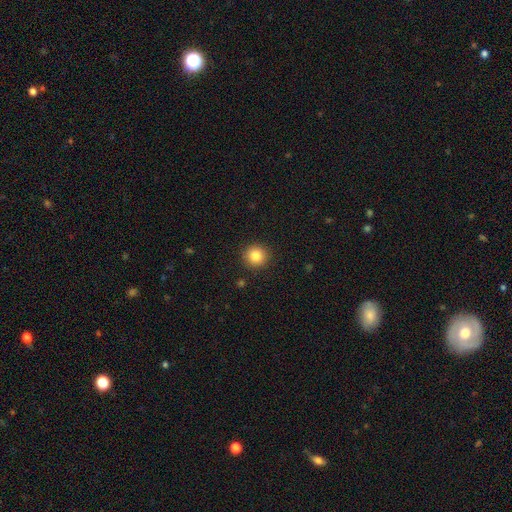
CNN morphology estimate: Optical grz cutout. It shows a smooth galaxy with no disk features (84%) that is round (94%). Merging: none (92%).